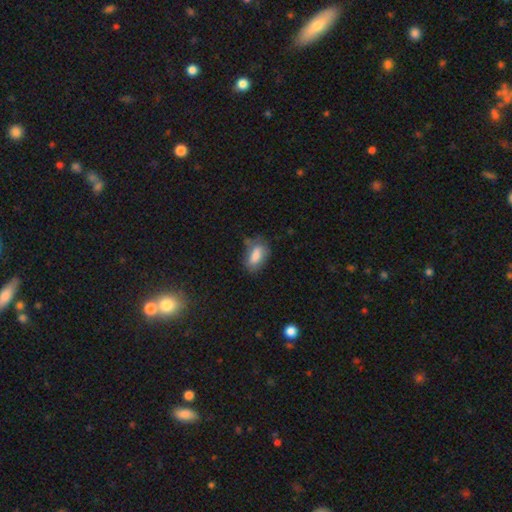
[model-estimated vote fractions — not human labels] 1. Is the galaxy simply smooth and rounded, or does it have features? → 81% smooth, 11% featured or disk, 8% star or artifact.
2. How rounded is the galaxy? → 89% in between, 6% cigar-shaped, 5% round.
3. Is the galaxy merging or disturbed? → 63% none, 26% minor disturbance, 7% major disturbance, 4% merger.